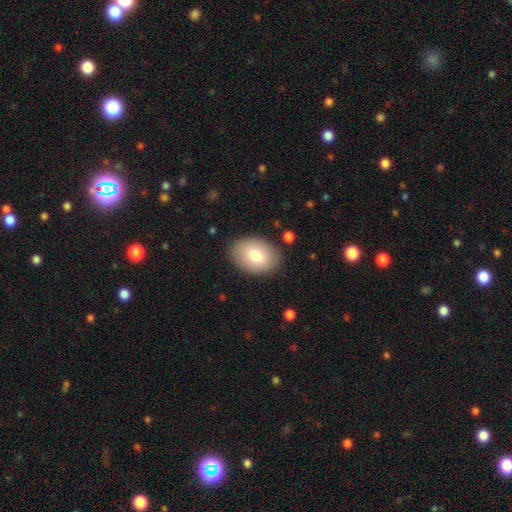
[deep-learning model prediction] Overall: smooth (78%). How rounded: in between (82%). Merging: none (85%).